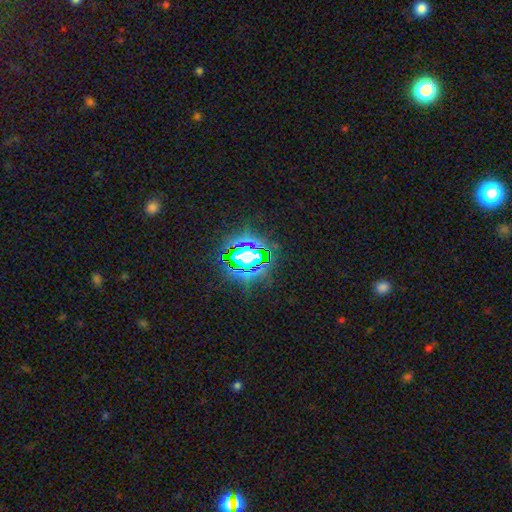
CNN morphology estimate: Smooth or featured: star or artifact — 79% (smooth — 13%)